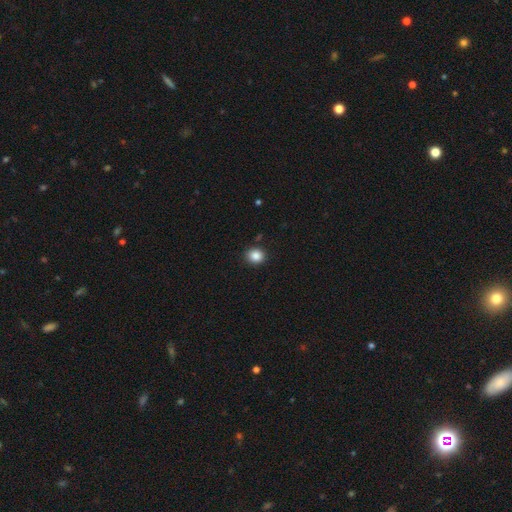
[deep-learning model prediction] Overall: smooth (86%). How rounded: round (75%). Merging: none (89%).